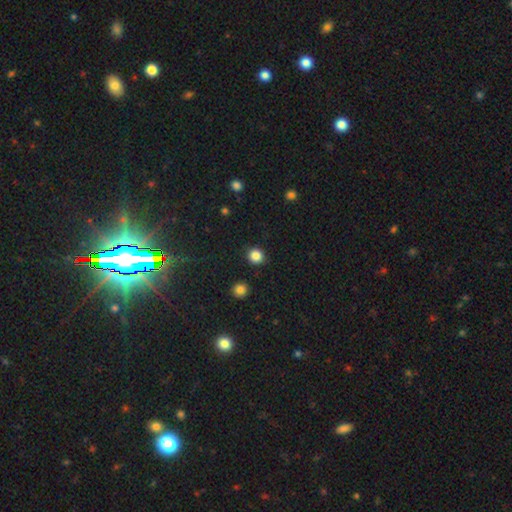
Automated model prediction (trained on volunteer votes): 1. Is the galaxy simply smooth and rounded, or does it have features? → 85% smooth, 11% star or artifact, 4% featured or disk.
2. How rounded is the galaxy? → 87% round, 12% in between, 1% cigar-shaped.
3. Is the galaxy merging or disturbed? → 90% none, 6% minor disturbance, 2% major disturbance, 2% merger.